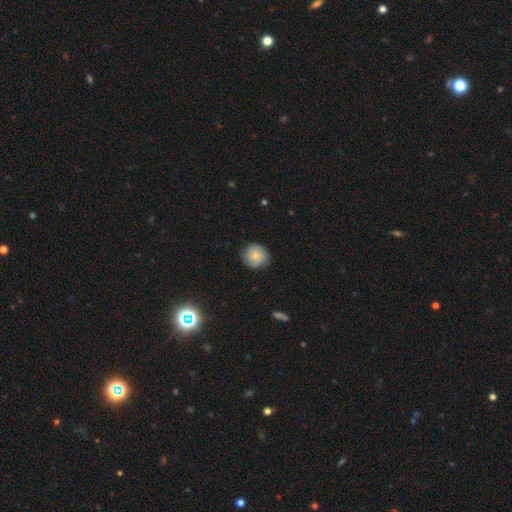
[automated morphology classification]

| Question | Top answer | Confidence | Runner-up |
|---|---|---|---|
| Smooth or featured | smooth | 68% | featured or disk (24%) |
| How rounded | round | 88% | in between (11%) |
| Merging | none | 80% | minor disturbance (15%) |